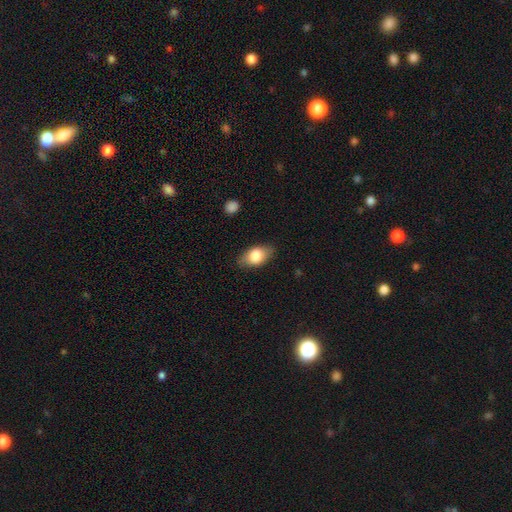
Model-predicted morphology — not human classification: Q: Smooth or featured?
A: smooth (77%); runner-up: featured or disk (16%)
Q: How rounded?
A: in between (88%); runner-up: round (9%)
Q: Merging?
A: none (82%); runner-up: minor disturbance (14%)